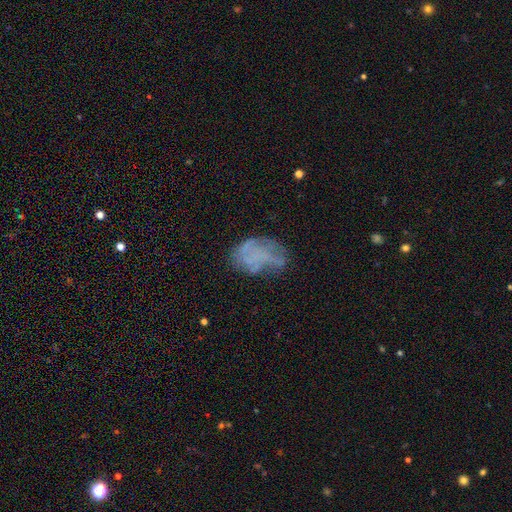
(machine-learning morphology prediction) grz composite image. It shows a featured or disk galaxy (54%) with no bar (88%), no spiral arms (66%) and no central bulge (83%). Merging: none (46%).